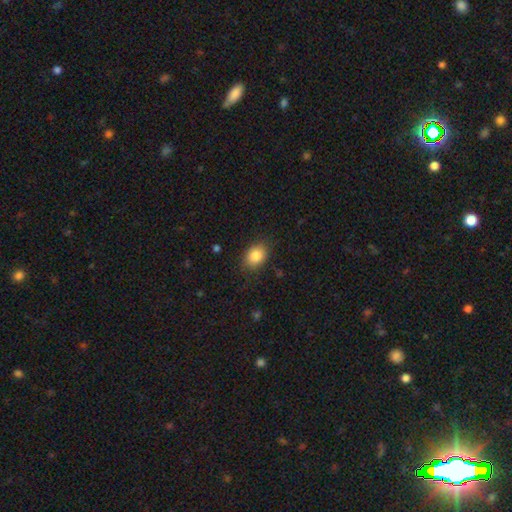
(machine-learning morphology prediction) Smooth or featured? smooth (85%)
How rounded? in between (67%)
Merging? none (83%)